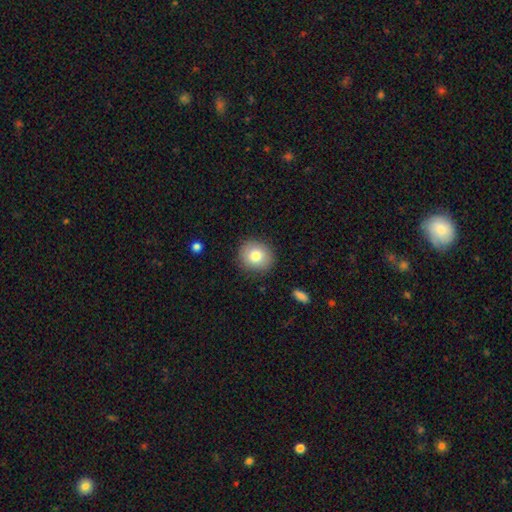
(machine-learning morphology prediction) The model was most divided on "smooth or featured": smooth: 79%, featured or disk: 12%, star or artifact: 9%. More confident: merging — none (87%); how rounded — round (84%).